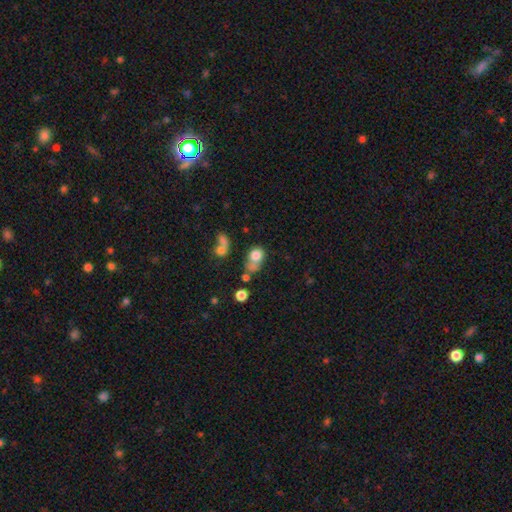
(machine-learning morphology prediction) smooth_or_featured: smooth (p=0.74) [alt: featured or disk p=0.14]
how_rounded: in between (p=0.56) [alt: round p=0.42]
merging: merger (p=0.31) [alt: none p=0.30]